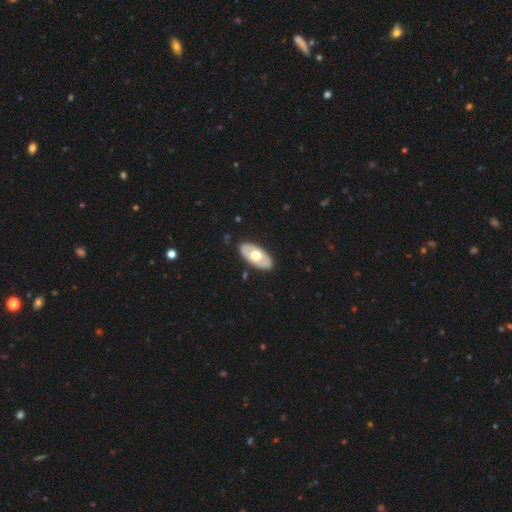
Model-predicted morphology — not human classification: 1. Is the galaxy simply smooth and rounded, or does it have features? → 50% featured or disk, 46% smooth, 4% star or artifact.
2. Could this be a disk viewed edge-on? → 81% no, 19% yes.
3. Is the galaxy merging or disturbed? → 87% none, 9% minor disturbance, 2% major disturbance, 1% merger.